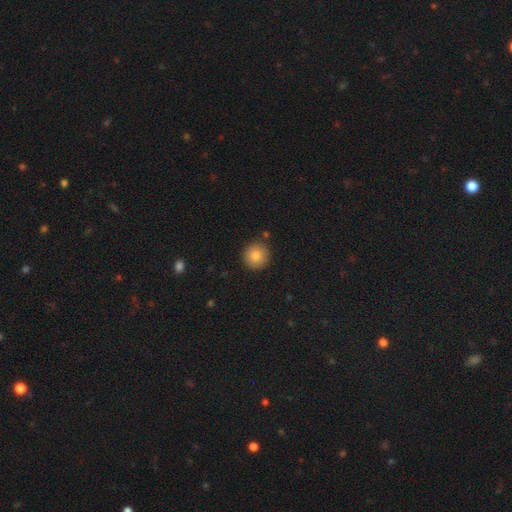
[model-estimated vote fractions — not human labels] A smooth galaxy with no disk features (83%) that is round (94%).

Vote fractions:
- Smooth or featured? smooth: 83% / star or artifact: 10% / featured or disk: 7%
- How rounded? round: 94% / in between: 5% / cigar-shaped: 1%
- Merging? none: 89% / minor disturbance: 7% / merger: 2% / major disturbance: 2%